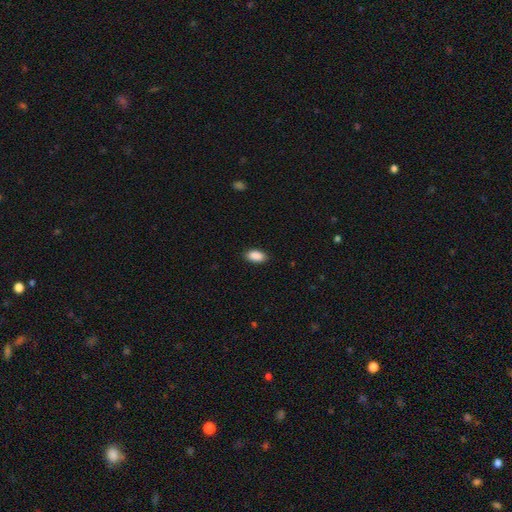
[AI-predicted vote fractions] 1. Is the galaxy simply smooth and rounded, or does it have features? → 90% smooth, 7% star or artifact, 3% featured or disk.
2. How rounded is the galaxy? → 93% in between, 4% round, 3% cigar-shaped.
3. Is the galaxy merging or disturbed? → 88% none, 9% minor disturbance, 2% major disturbance, 1% merger.